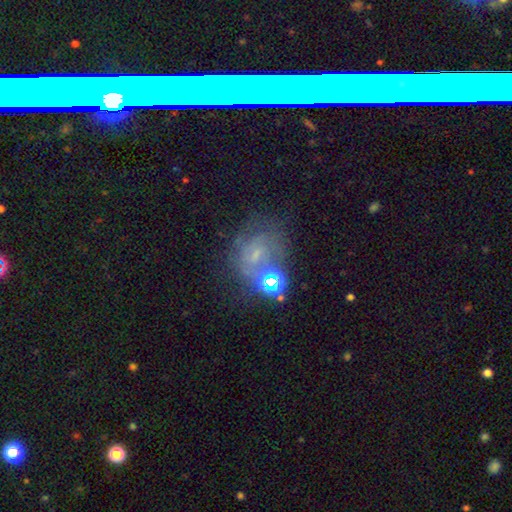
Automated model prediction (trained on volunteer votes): The model was most divided on "smooth or featured": featured or disk: 48%, smooth: 26%, star or artifact: 25%. Remaining: merging — none (46%).